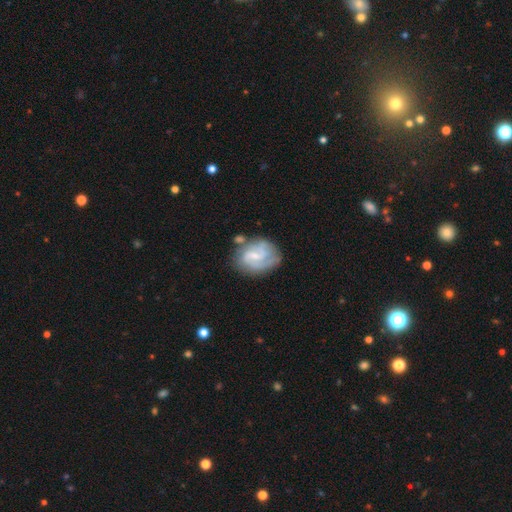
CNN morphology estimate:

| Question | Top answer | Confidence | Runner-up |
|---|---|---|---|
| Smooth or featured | featured or disk | 75% | smooth (19%) |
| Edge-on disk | no | 98% | yes (2%) |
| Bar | weak | 54% | no (32%) |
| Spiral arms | yes | 90% | no (10%) |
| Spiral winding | medium | 43% | tight (37%) |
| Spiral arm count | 2 | 50% | can't tell (23%) |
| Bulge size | small | 57% | moderate (23%) |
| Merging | none | 58% | minor disturbance (23%) |